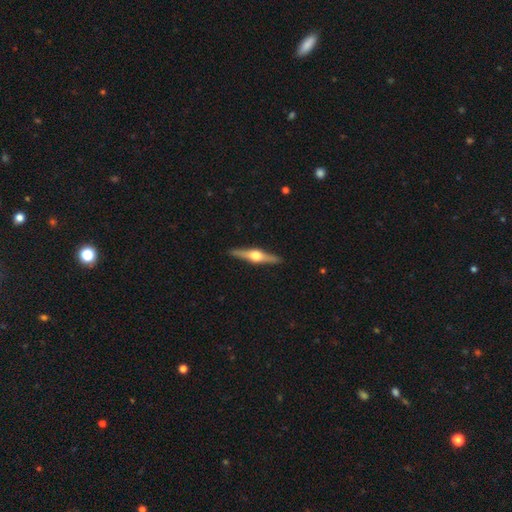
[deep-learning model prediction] A featured or disk galaxy (78%) viewed edge-on (98%) with a rounded central bulge (96%).

Vote fractions:
- Smooth or featured? featured or disk: 78% / smooth: 17% / star or artifact: 5%
- Edge-on disk? yes: 98% / no: 2%
- Edge-on bulge? rounded: 96% / boxy: 3% / none: 1%
- Merging? none: 92% / minor disturbance: 6% / major disturbance: 1% / merger: 1%